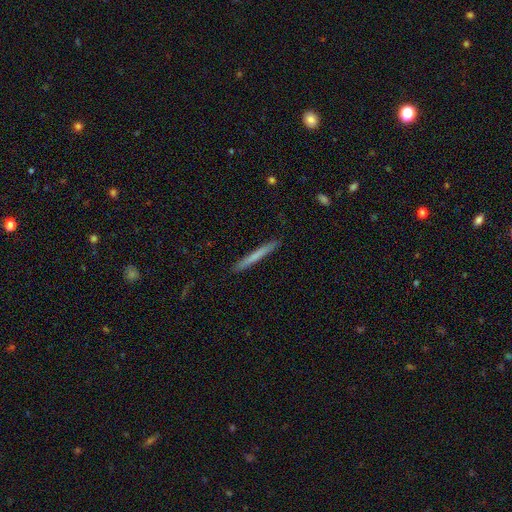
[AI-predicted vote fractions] Morphology: type=smooth (63%); roundness=cigar-shaped (97%); merging=none (91%).